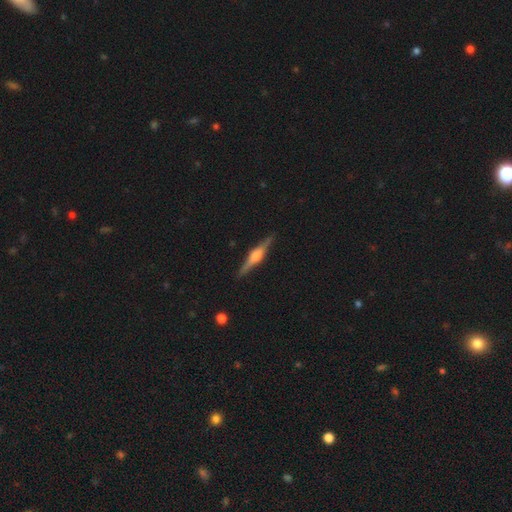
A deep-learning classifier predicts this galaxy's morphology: Smooth or featured? featured or disk (78%)
Edge-on disk? yes (98%)
Edge-on bulge? rounded (75%)
Merging? none (89%)